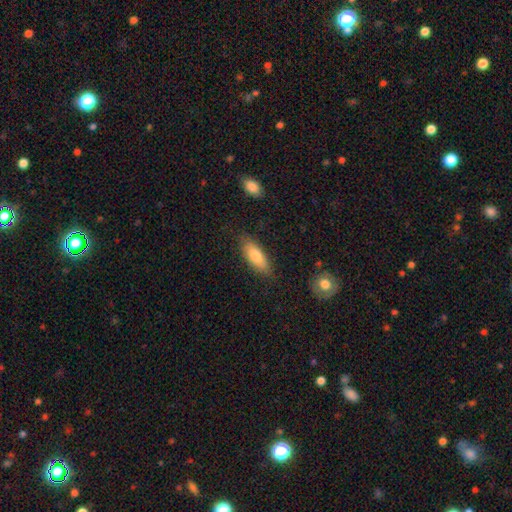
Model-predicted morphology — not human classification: A smooth galaxy with no disk features (78%) that is in between round and cigar-shaped (67%). Merging: none (82%).